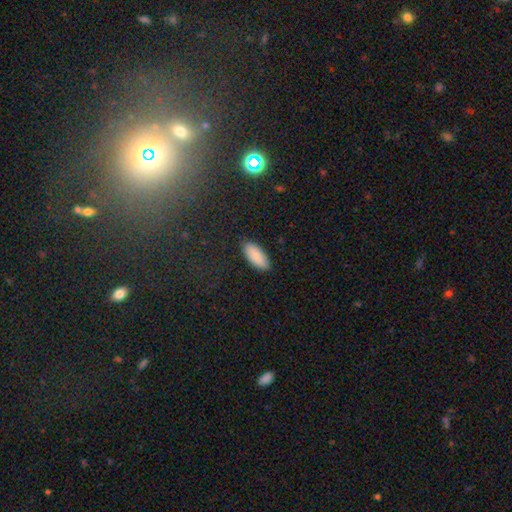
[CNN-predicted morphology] A smooth galaxy with no disk features (86%) that is in between round and cigar-shaped (89%). Merging: none (87%).